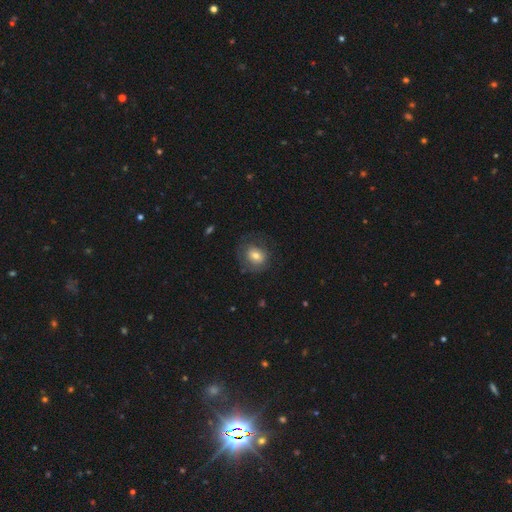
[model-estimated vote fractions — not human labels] Smooth or featured?
  - smooth: 62% *
  - featured or disk: 29%
  - star or artifact: 9%
How rounded?
  - round: 63% *
  - in between: 36%
  - cigar-shaped: 1%
Merging?
  - none: 64% *
  - minor disturbance: 20%
  - major disturbance: 15%
  - merger: 1%